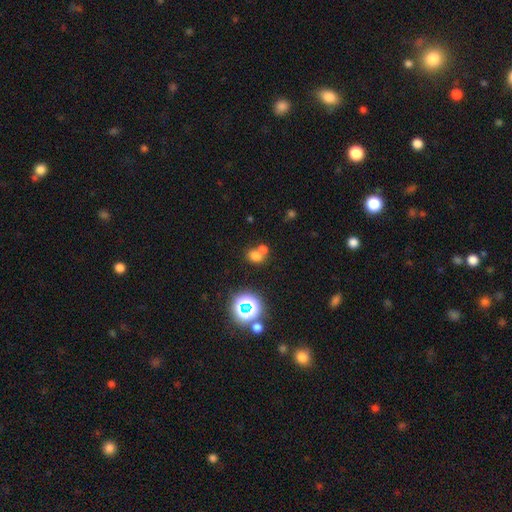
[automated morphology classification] type=smooth (66%); roundness=round (51%); merging=merger (45%).